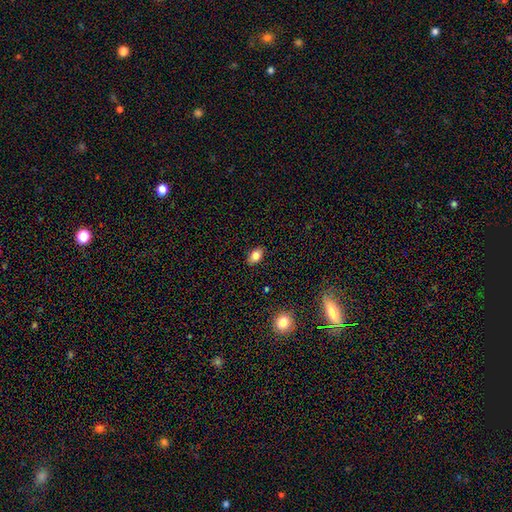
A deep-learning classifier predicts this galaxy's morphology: This appears to be a smooth galaxy with no disk features (81%) that is in between round and cigar-shaped (88%). Merging: none (88%).